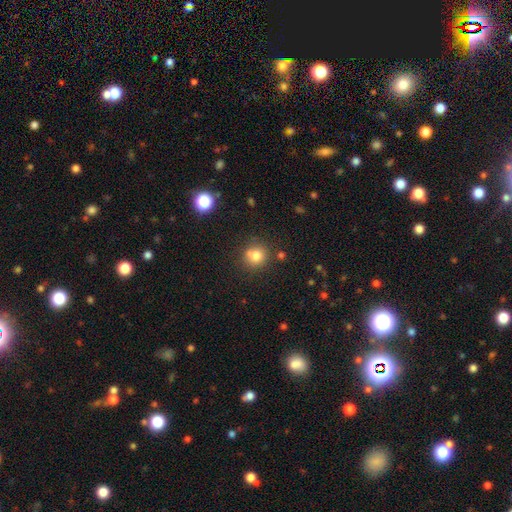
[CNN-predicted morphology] Overall: smooth (76%). How rounded: round (88%). Merging: none (69%).